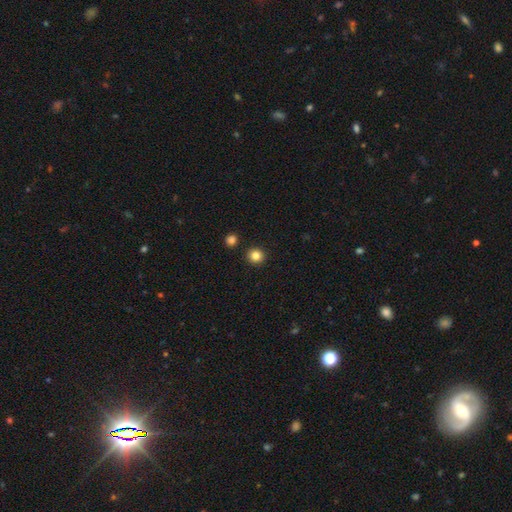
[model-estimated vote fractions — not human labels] Smooth or featured?
  - smooth: 84% *
  - star or artifact: 11%
  - featured or disk: 4%
How rounded?
  - round: 92% *
  - in between: 7%
  - cigar-shaped: 1%
Merging?
  - none: 91% *
  - minor disturbance: 5%
  - merger: 3%
  - major disturbance: 2%